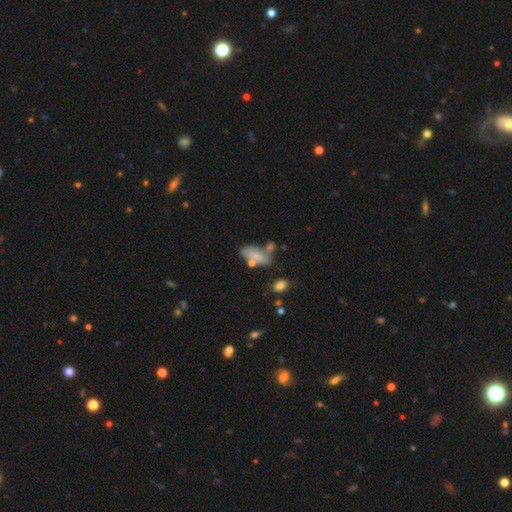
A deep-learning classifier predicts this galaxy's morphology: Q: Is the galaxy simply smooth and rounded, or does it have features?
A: smooth — 67%.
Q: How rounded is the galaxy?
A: in between — 89%.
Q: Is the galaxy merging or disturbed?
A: none — 44%.